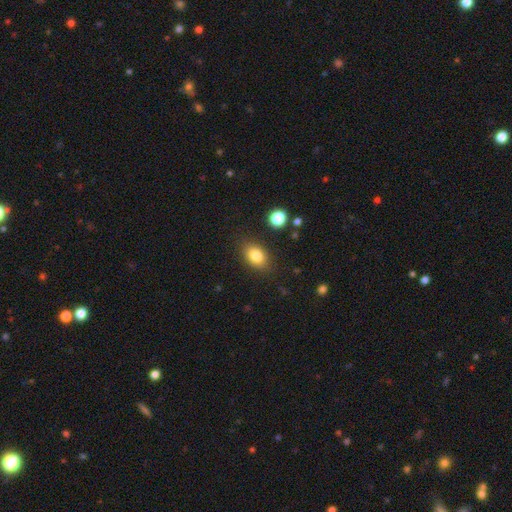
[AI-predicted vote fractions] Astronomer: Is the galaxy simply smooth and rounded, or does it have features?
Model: smooth — 83%.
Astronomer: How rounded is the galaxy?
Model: in between — 82%.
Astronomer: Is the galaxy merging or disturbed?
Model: none — 83%.